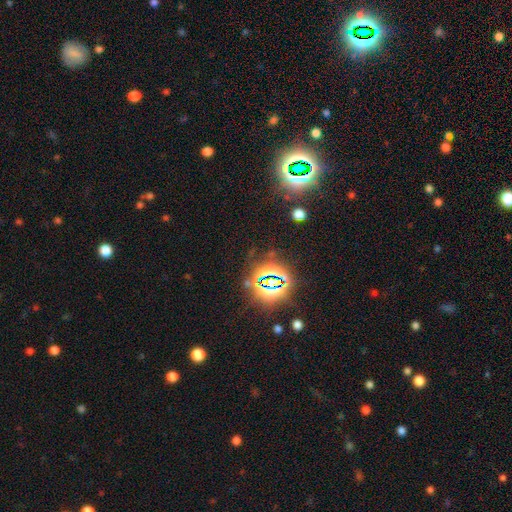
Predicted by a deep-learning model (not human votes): The model was most divided on "smooth or featured": star or artifact: 81%, smooth: 12%, featured or disk: 7%.